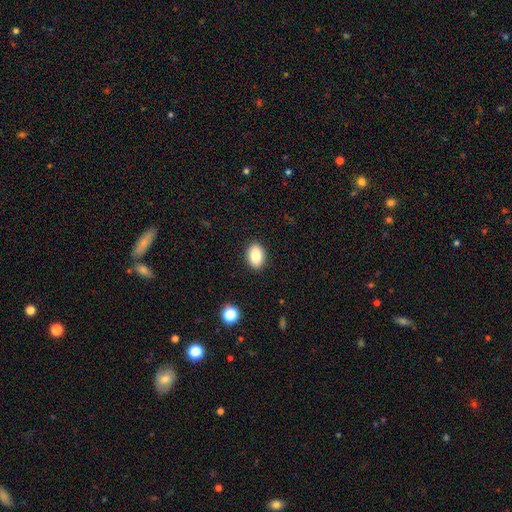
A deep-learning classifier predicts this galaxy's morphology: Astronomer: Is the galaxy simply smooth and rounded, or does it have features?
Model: smooth — 83%.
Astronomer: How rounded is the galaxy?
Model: in between — 82%.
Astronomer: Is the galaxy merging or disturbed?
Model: none — 90%.